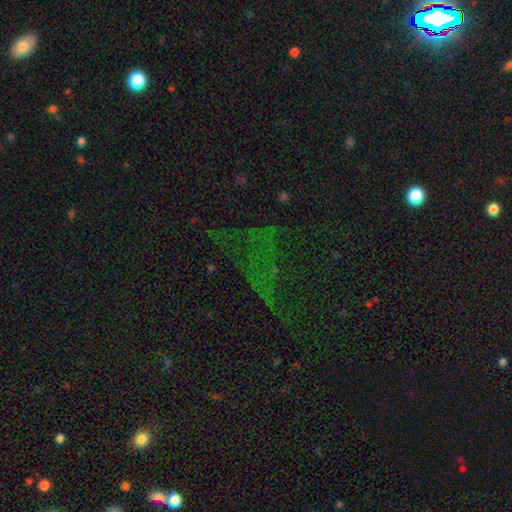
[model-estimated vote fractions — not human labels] Smooth or featured?
  - star or artifact: 70% *
  - smooth: 19%
  - featured or disk: 11%